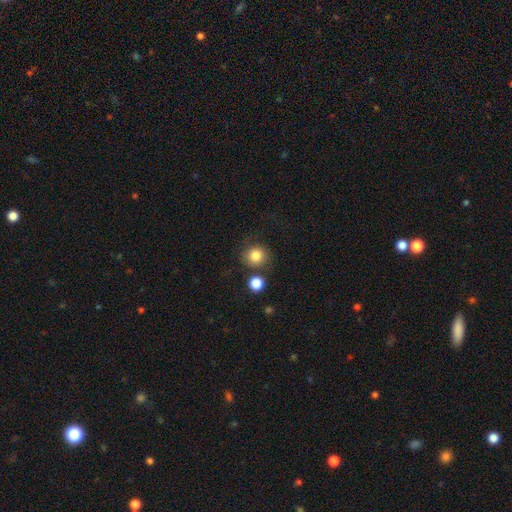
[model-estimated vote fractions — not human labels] This appears to be a smooth galaxy with no disk features (82%) that is round (90%). Merging: none (72%).